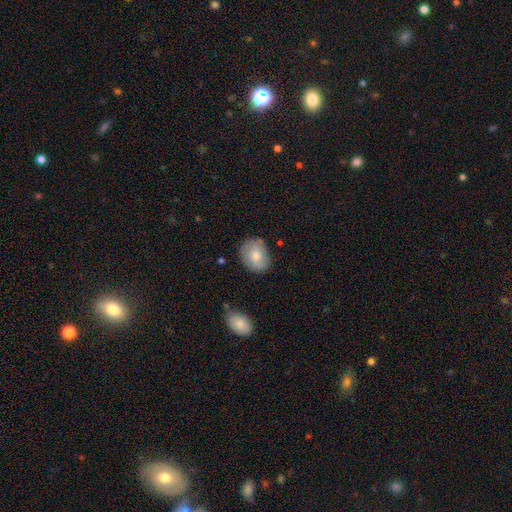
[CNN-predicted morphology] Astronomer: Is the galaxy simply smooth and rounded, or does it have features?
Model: smooth — 75%.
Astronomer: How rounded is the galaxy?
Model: in between — 52% (runner-up: round, 47%).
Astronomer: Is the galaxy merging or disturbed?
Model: none — 74%.